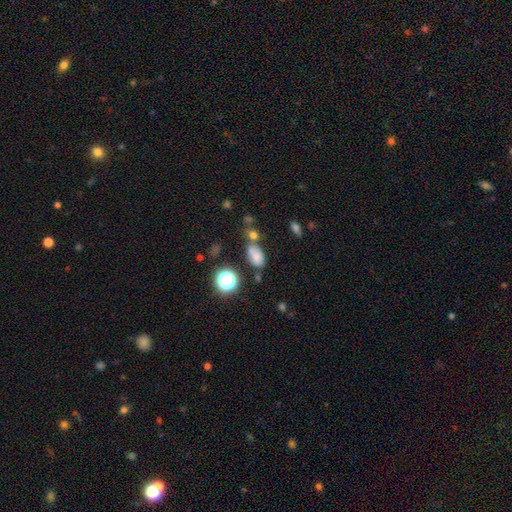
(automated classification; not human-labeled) smooth-or-featured: smooth: 72% | star or artifact: 18% | featured or disk: 11%
  how-rounded: in between: 84% | round: 13% | cigar-shaped: 3%
  merging: none: 51% | merger: 22% | minor disturbance: 19% | major disturbance: 8%